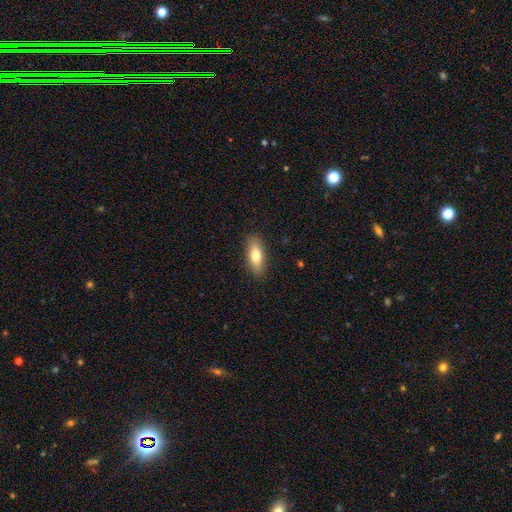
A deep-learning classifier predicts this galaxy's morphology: smooth 75%, featured or disk 18%, star or artifact 7%. Down the decision tree: how rounded — in between (72%); merging — none (88%).